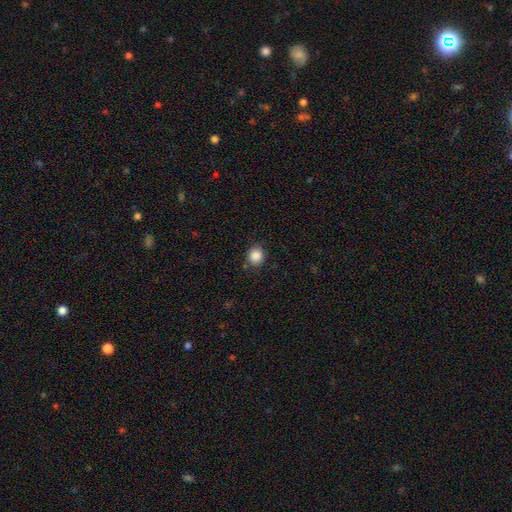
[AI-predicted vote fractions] Smooth or featured? Predicted: smooth (p=0.87). How rounded? Predicted: round (p=0.84). Merging? Predicted: none (p=0.86).